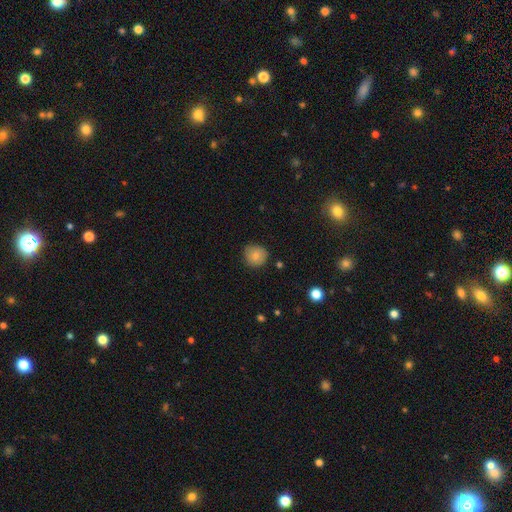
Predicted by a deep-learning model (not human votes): Overall: smooth (83%). How rounded: round (89%). Merging: none (82%).